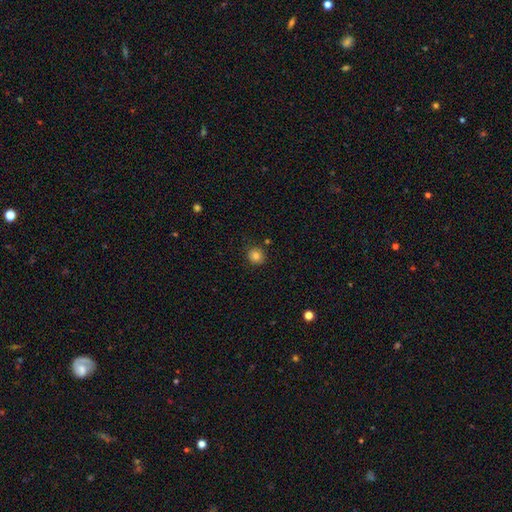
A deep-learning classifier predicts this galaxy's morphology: smooth 83%, star or artifact 11%, featured or disk 6%. Down the decision tree: how rounded — round (89%); merging — none (87%).